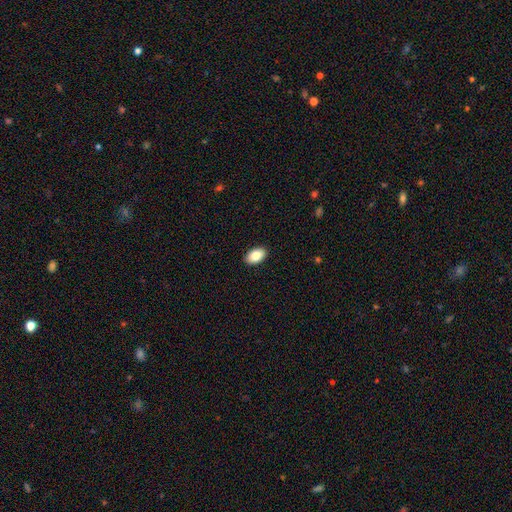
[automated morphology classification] This is clearly a smooth galaxy (86%). How rounded: clearly in between (92%). Merging: clearly none (91%).